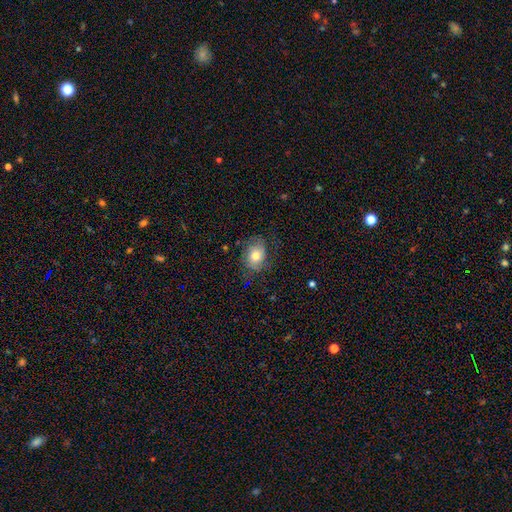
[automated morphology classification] A smooth galaxy with no disk features (66%) that is in between round and cigar-shaped (54%). Merging: none (66%).